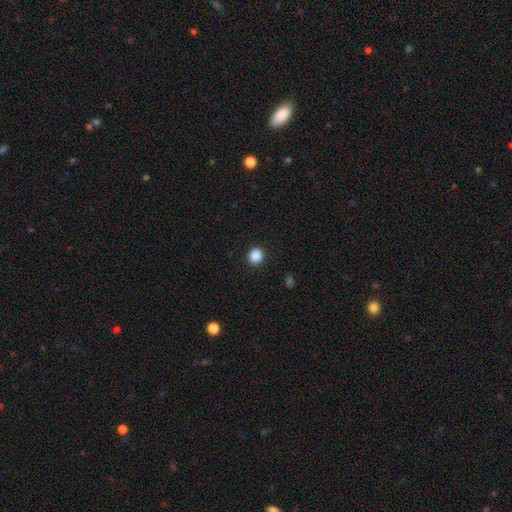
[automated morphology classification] The model was most divided on "how rounded": round: 87%, in between: 12%, cigar-shaped: 1%. More confident: merging — none (92%); smooth or featured — smooth (88%).